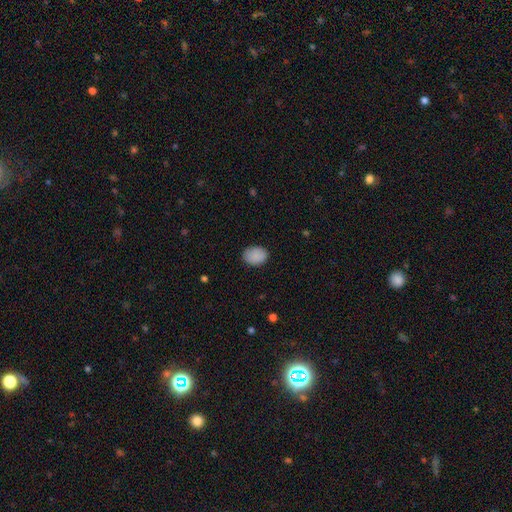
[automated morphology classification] smooth-or-featured: smooth: 89% | star or artifact: 8% | featured or disk: 3%
  how-rounded: in between: 69% | round: 30% | cigar-shaped: 1%
  merging: none: 83% | minor disturbance: 13% | major disturbance: 3% | merger: 1%